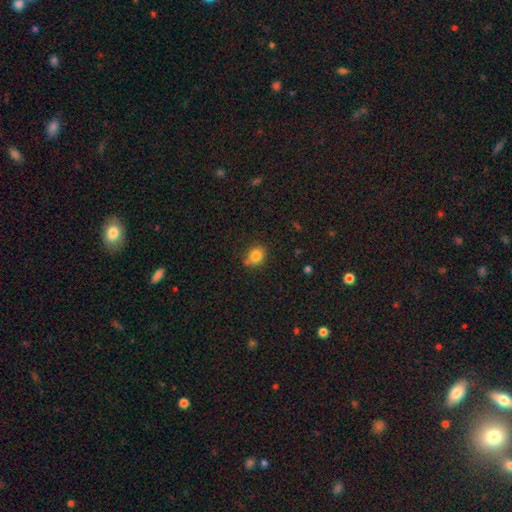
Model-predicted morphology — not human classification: type=smooth (82%); roundness=round (63%); merging=none (73%).